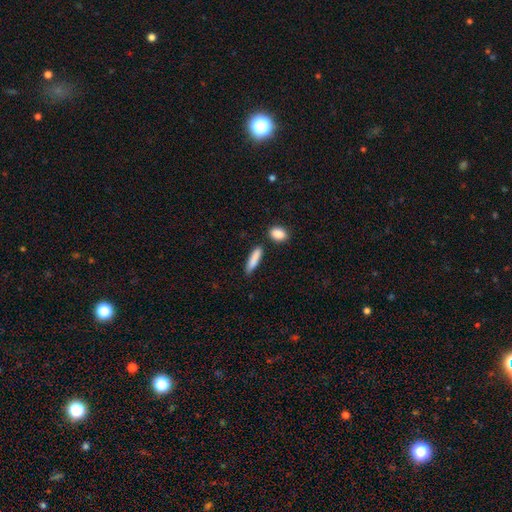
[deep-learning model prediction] Smooth or featured: smooth — 86% (featured or disk — 8%)
How rounded: cigar-shaped — 75% (in between — 22%)
Merging: none — 79% (minor disturbance — 12%)